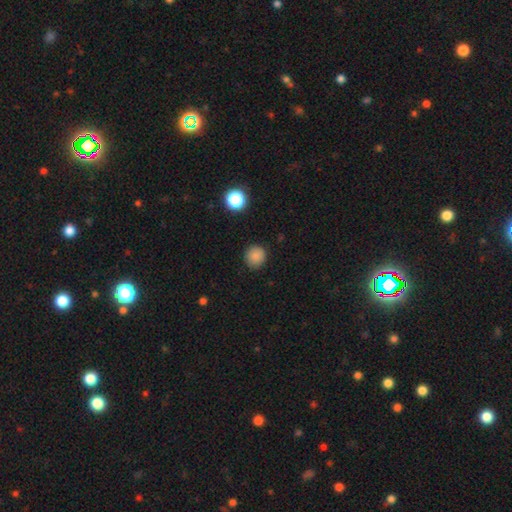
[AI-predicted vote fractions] Smooth or featured? Predicted: smooth (p=0.85). How rounded? Predicted: round (p=0.92). Merging? Predicted: none (p=0.89).